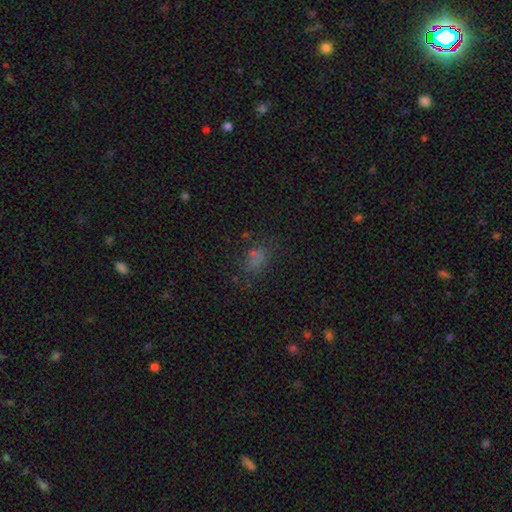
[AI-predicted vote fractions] smooth-or-featured: smooth: 64% | star or artifact: 26% | featured or disk: 10%
  how-rounded: in between: 72% | round: 25% | cigar-shaped: 3%
  merging: none: 64% | minor disturbance: 19% | major disturbance: 13% | merger: 3%